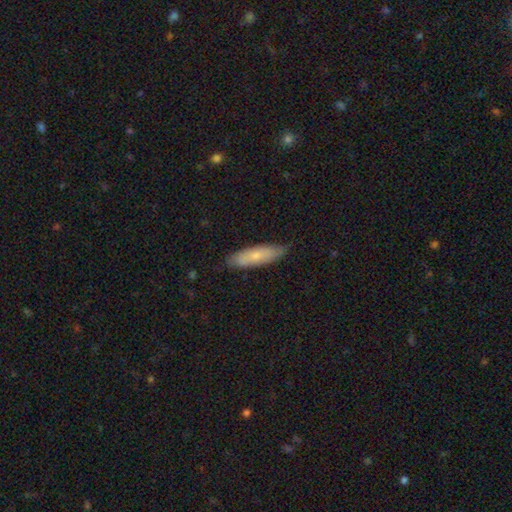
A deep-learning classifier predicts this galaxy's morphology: smooth_or_featured: smooth (p=0.67) [alt: featured or disk p=0.27]
how_rounded: cigar-shaped (p=0.60) [alt: in between p=0.38]
merging: none (p=0.79) [alt: minor disturbance p=0.18]